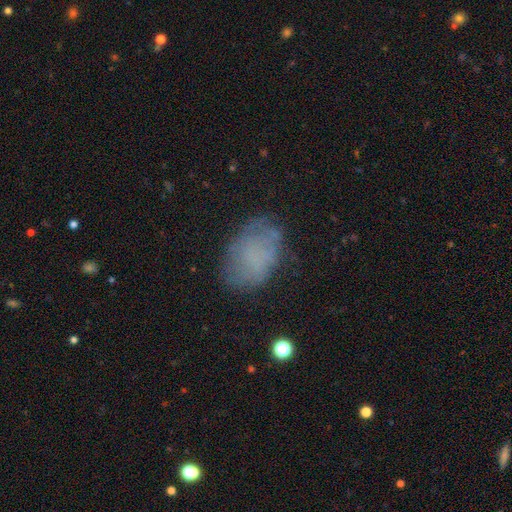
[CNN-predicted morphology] This appears to be a smooth galaxy with no disk features (63%) that is in between round and cigar-shaped (82%). Merging: none (63%).